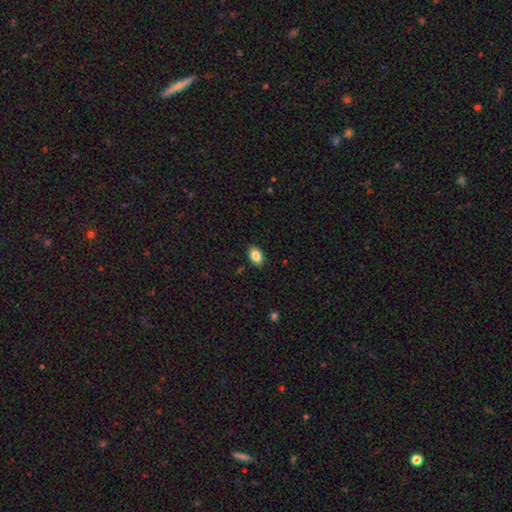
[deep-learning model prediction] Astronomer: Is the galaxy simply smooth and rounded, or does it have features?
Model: smooth — 86%.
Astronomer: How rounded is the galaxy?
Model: in between — 88%.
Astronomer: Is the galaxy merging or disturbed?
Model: none — 88%.